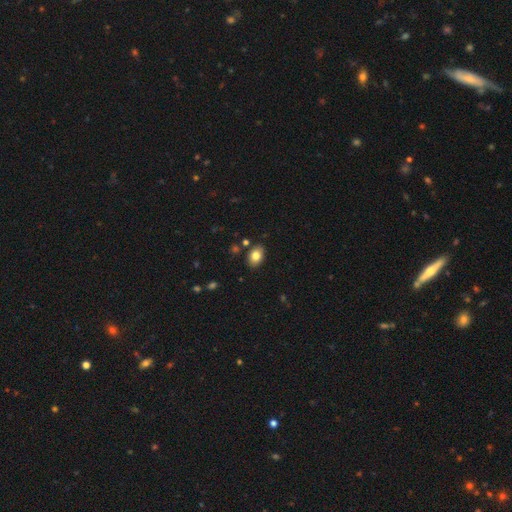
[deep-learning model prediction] smooth-or-featured: smooth: 81% | featured or disk: 10% | star or artifact: 9%
  how-rounded: in between: 80% | round: 19% | cigar-shaped: 1%
  merging: none: 85% | minor disturbance: 10% | merger: 3% | major disturbance: 2%